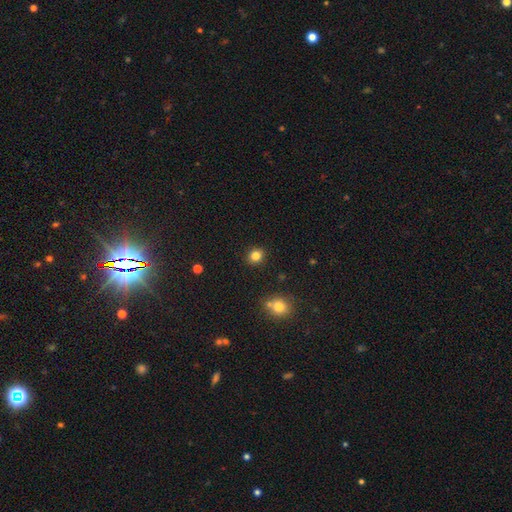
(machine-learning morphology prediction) Smooth or featured: smooth — 83% (star or artifact — 12%)
How rounded: round — 80% (in between — 19%)
Merging: none — 89% (minor disturbance — 7%)